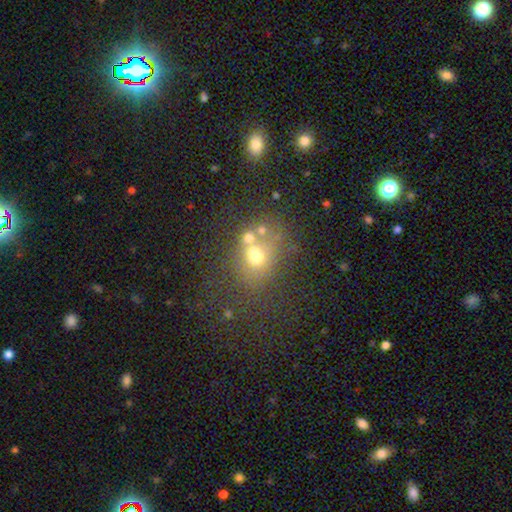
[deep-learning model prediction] Smooth or featured?
  - smooth: 56% *
  - featured or disk: 23%
  - star or artifact: 20%
How rounded?
  - round: 59% *
  - in between: 40%
  - cigar-shaped: 1%
Merging?
  - none: 46% *
  - merger: 33%
  - minor disturbance: 13%
  - major disturbance: 9%